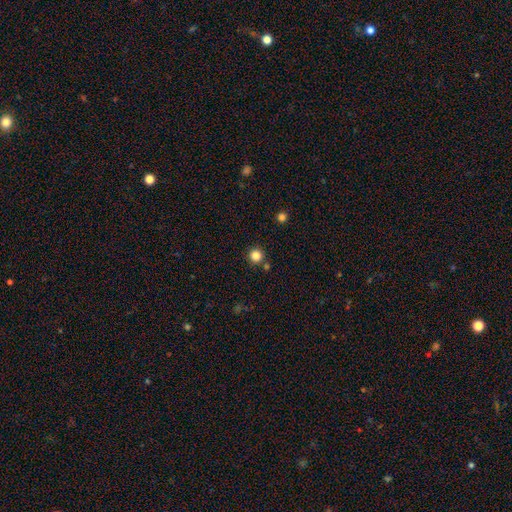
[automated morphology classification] smooth 84%, star or artifact 12%, featured or disk 4%. Down the decision tree: how rounded — round (95%); merging — none (86%).